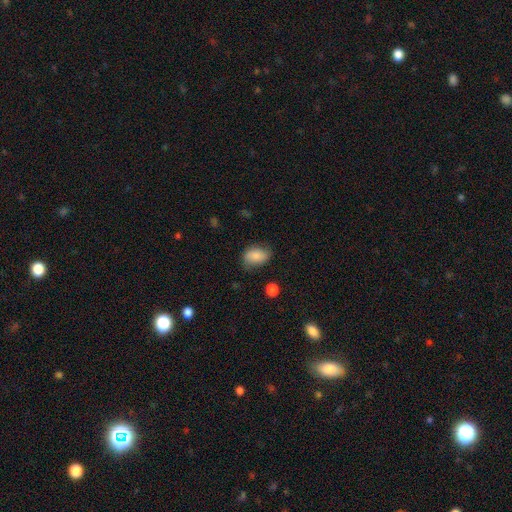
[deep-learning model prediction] The model was most divided on "merging": none: 69%, minor disturbance: 23%, major disturbance: 6%, merger: 2%. More confident: how rounded — in between (82%); smooth or featured — smooth (81%).